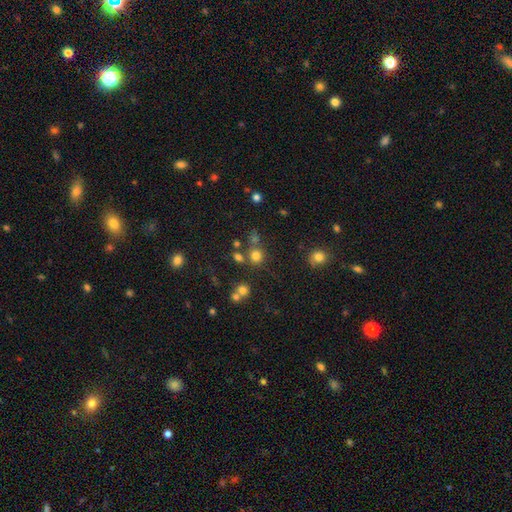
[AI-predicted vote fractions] Smooth or featured? Predicted: smooth (p=0.73). How rounded? Predicted: round (p=0.90). Merging? Predicted: none (p=0.71).